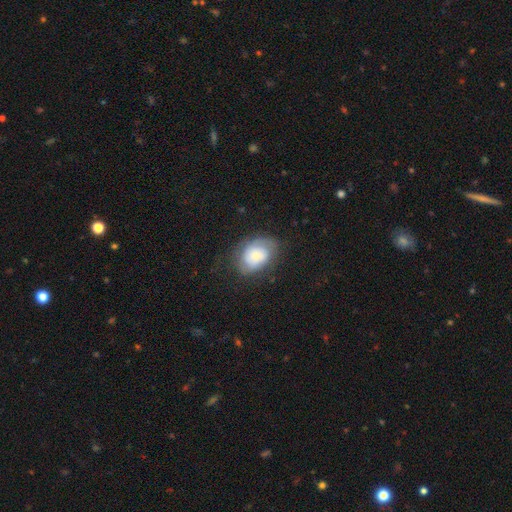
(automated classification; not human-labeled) Smooth or featured? smooth (54%)
How rounded? in between (66%)
Merging? none (61%)